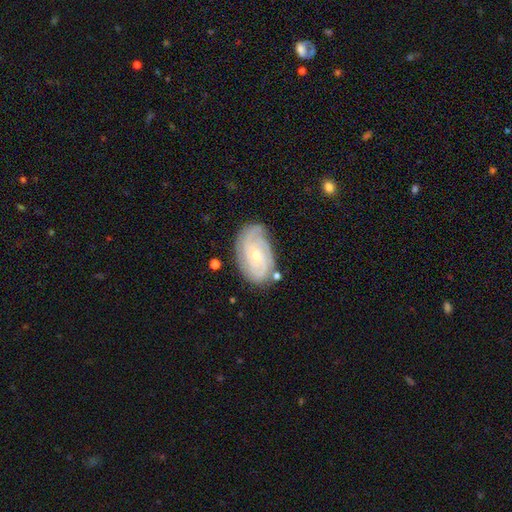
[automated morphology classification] A featured or disk galaxy (82%) with no bar (70%), 3 (28%) tight (71%) spiral arms (96%) and a small central bulge (70%).

Vote fractions:
- Smooth or featured? featured or disk: 82% / smooth: 11% / star or artifact: 6%
- Edge-on disk? no: 96% / yes: 4%
- Bar? no: 70% / weak: 25% / strong: 5%
- Spiral arms? yes: 96% / no: 4%
- Spiral winding? tight: 71% / medium: 24% / loose: 5%
- Spiral arm count? 3: 28% / can't tell: 23% / 4: 22% / 2: 16% / more than 4: 6% / 1: 5%
- Bulge size? small: 70% / moderate: 27% / none: 1% / large: 1% / dominant: 1%
- Merging? none: 75% / minor disturbance: 18% / major disturbance: 4% / merger: 3%